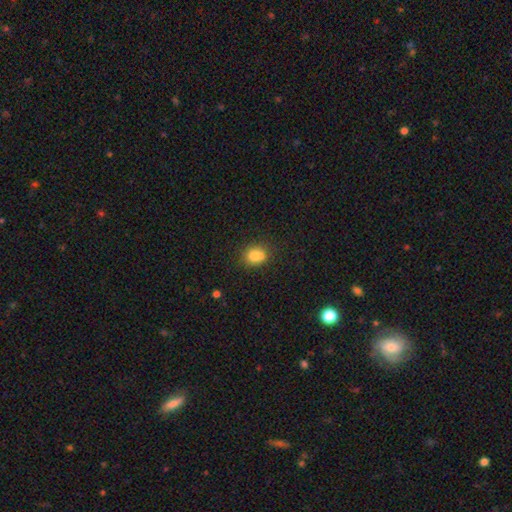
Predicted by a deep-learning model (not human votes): Q: Smooth or featured?
A: smooth (77%); runner-up: featured or disk (12%)
Q: How rounded?
A: round (57%); runner-up: in between (41%)
Q: Merging?
A: none (51%); runner-up: merger (28%)